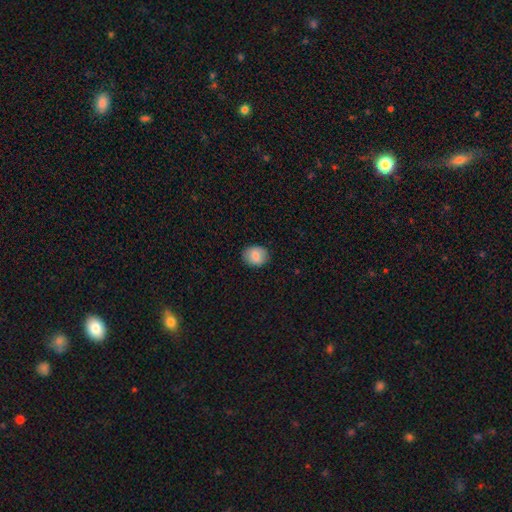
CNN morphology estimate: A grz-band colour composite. It shows a smooth galaxy with no disk features (83%) that is round (53%). Merging: none (86%).